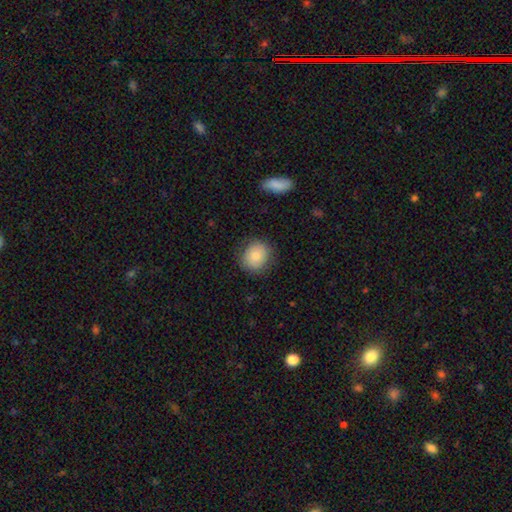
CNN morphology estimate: The model was most divided on "how rounded": round: 79%, in between: 20%, cigar-shaped: 1%. More confident: merging — none (83%); smooth or featured — smooth (77%).